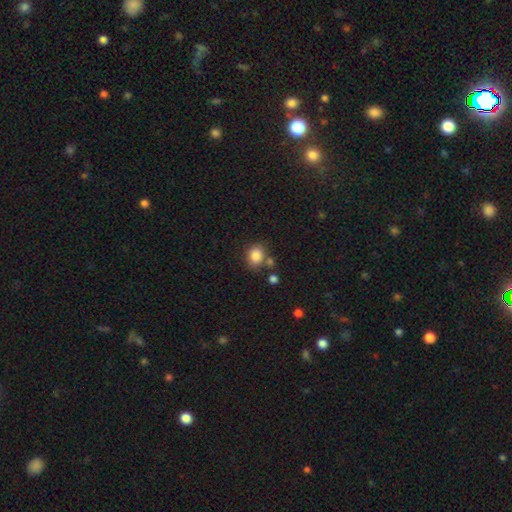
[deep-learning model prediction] Smooth or featured: smooth — 85% (star or artifact — 10%)
How rounded: round — 57% (in between — 42%)
Merging: none — 69% (minor disturbance — 14%)